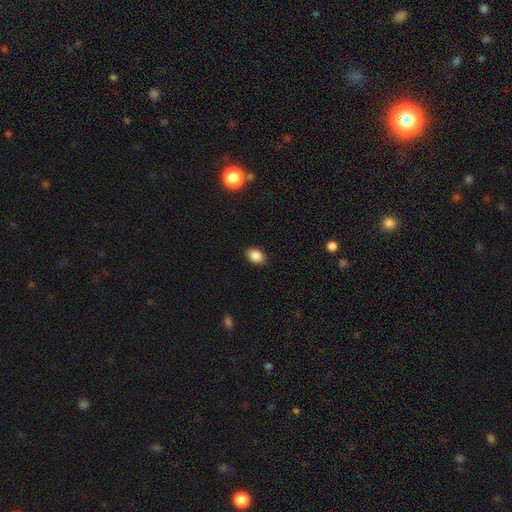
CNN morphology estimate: type=smooth (87%); roundness=in between (81%); merging=none (88%).